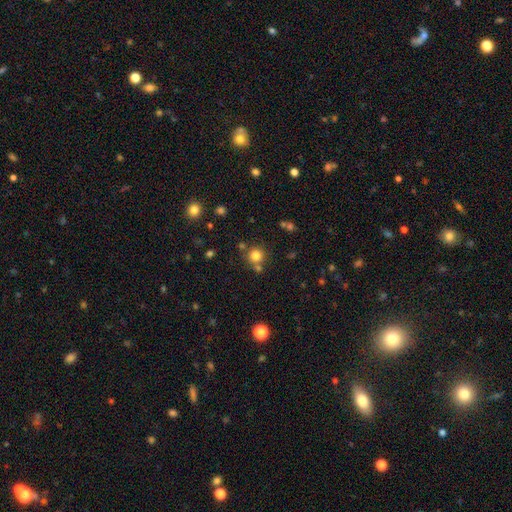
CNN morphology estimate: Smooth or featured?
  - smooth: 79% *
  - star or artifact: 14%
  - featured or disk: 7%
How rounded?
  - round: 94% *
  - in between: 6%
  - cigar-shaped: 1%
Merging?
  - none: 74% *
  - merger: 14%
  - minor disturbance: 9%
  - major disturbance: 3%